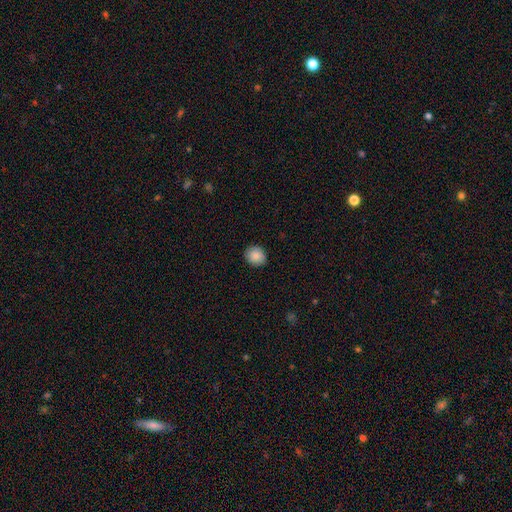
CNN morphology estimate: A smooth galaxy with no disk features (87%) that is round (77%). Merging: none (89%).